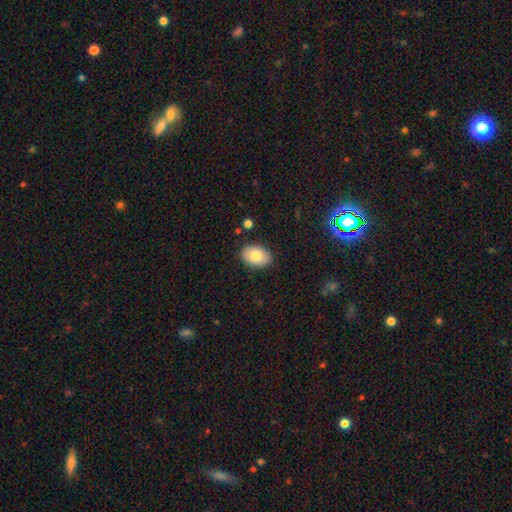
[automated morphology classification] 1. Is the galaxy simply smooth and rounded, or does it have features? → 82% smooth, 11% featured or disk, 7% star or artifact.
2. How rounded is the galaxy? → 84% in between, 15% round, 1% cigar-shaped.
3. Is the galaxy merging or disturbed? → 86% none, 10% minor disturbance, 2% major disturbance, 2% merger.